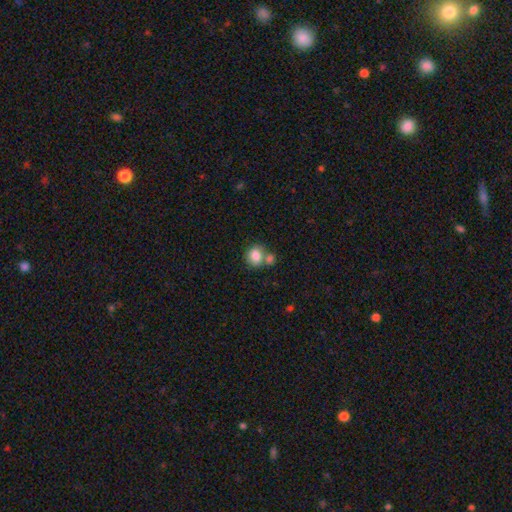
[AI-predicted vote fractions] smooth_or_featured: smooth (p=0.82) [alt: featured or disk p=0.09]
how_rounded: round (p=0.68) [alt: in between p=0.31]
merging: none (p=0.48) [alt: merger p=0.36]